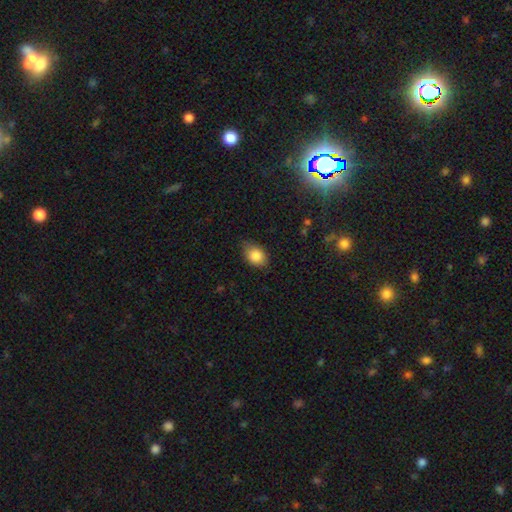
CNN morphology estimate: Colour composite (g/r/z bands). It shows a smooth galaxy with no disk features (85%) that is in between round and cigar-shaped (76%). Merging: none (73%).